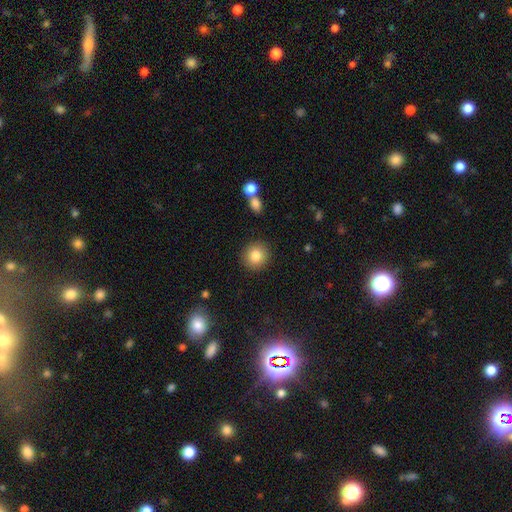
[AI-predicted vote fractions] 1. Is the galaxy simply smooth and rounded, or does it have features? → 83% smooth, 9% star or artifact, 8% featured or disk.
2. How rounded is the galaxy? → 90% round, 9% in between, 1% cigar-shaped.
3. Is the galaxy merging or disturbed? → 90% none, 6% minor disturbance, 2% major disturbance, 2% merger.